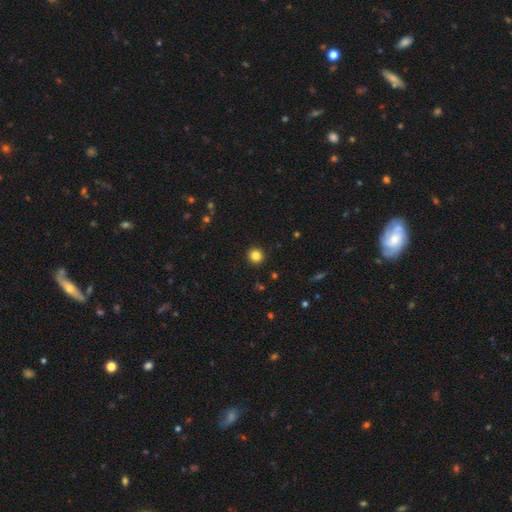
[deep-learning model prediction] smooth_or_featured: smooth (p=0.84) [alt: star or artifact p=0.12]
how_rounded: round (p=0.94) [alt: in between p=0.05]
merging: none (p=0.93) [alt: minor disturbance p=0.05]